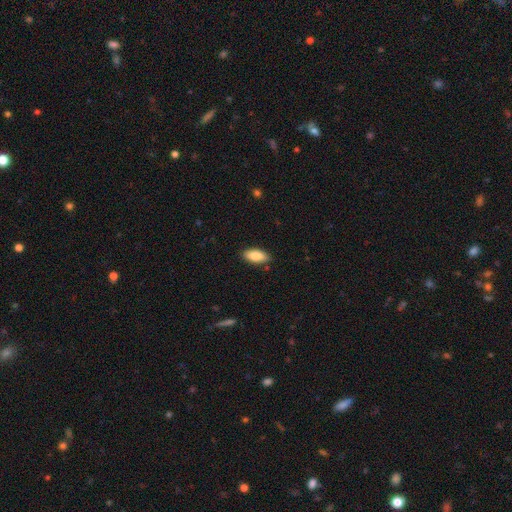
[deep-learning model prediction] Smooth or featured? Predicted: smooth (p=0.85). How rounded? Predicted: in between (p=0.87). Merging? Predicted: none (p=0.87).